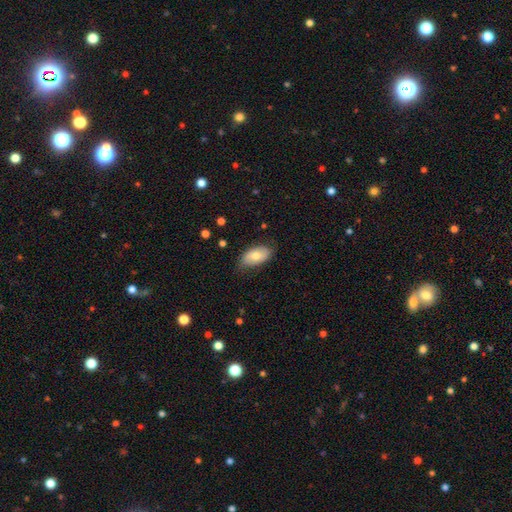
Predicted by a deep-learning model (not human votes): smooth 71%, featured or disk 22%, star or artifact 7%. Down the decision tree: how rounded — in between (94%); merging — none (72%).